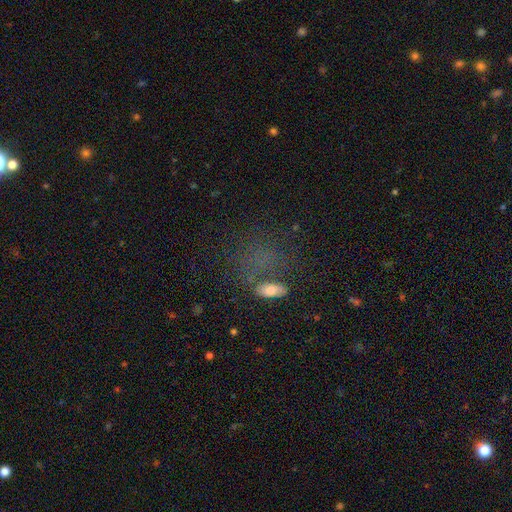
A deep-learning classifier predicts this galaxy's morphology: Q: Smooth or featured?
A: smooth (54%); runner-up: star or artifact (25%)
Q: How rounded?
A: in between (70%); runner-up: round (20%)
Q: Merging?
A: none (39%); runner-up: major disturbance (34%)